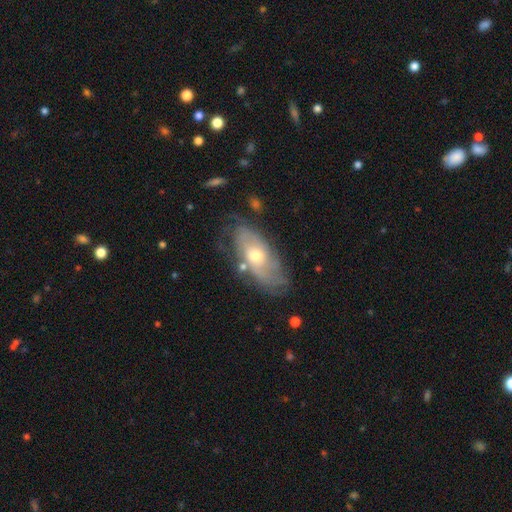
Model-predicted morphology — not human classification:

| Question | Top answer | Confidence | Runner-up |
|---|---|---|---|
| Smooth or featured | featured or disk | 68% | smooth (25%) |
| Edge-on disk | no | 88% | yes (12%) |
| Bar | no | 76% | weak (20%) |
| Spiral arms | yes | 76% | no (24%) |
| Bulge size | moderate | 64% | small (30%) |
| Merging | none | 65% | minor disturbance (22%) |